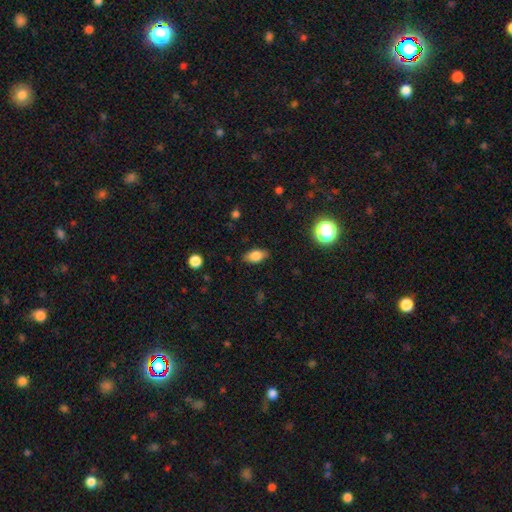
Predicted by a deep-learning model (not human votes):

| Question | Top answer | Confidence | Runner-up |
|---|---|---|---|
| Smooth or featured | smooth | 77% | featured or disk (14%) |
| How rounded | in between | 87% | round (7%) |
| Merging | none | 85% | minor disturbance (12%) |